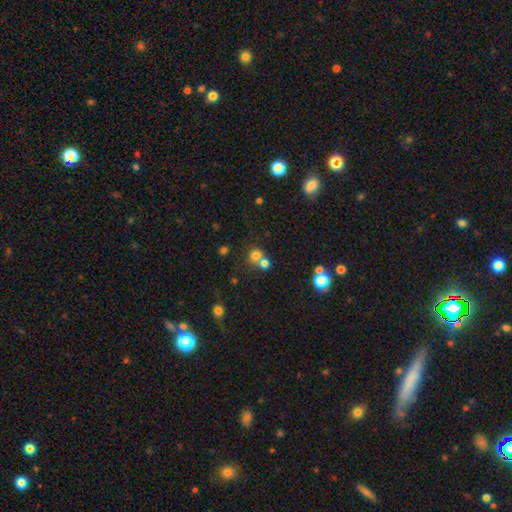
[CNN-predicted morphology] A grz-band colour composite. It shows a smooth galaxy with no disk features (72%) that is round (82%). Merging: merger (47%).